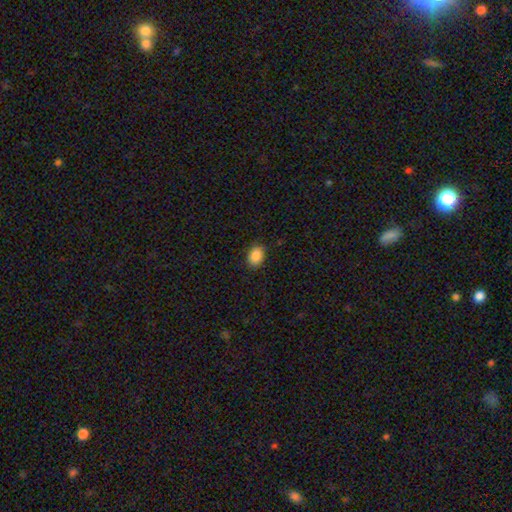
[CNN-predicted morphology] Smooth or featured?
  - smooth: 88% *
  - star or artifact: 8%
  - featured or disk: 4%
How rounded?
  - in between: 77% *
  - round: 22%
  - cigar-shaped: 1%
Merging?
  - none: 87% *
  - minor disturbance: 10%
  - major disturbance: 2%
  - merger: 1%